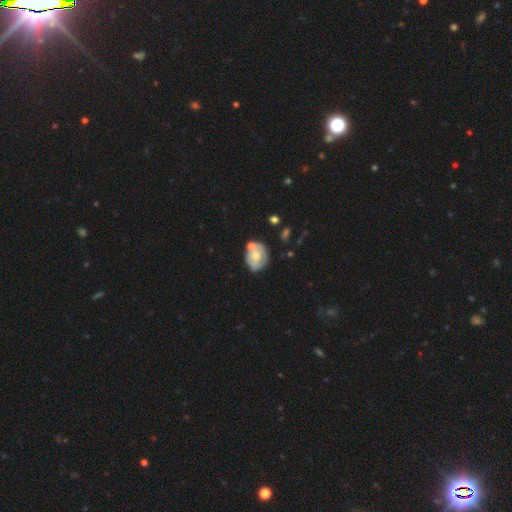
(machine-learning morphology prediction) The model was most divided on "how rounded": in between: 53%, round: 45%, cigar-shaped: 1%. More confident: smooth or featured — smooth (58%); merging — none (55%).